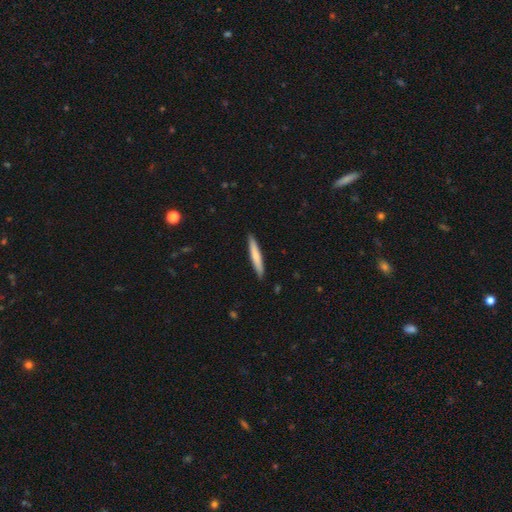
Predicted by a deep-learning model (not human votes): smooth-or-featured: smooth: 69% | featured or disk: 27% | star or artifact: 5%
  how-rounded: cigar-shaped: 94% | in between: 5% | round: 1%
  merging: none: 90% | minor disturbance: 8% | major disturbance: 1% | merger: 1%